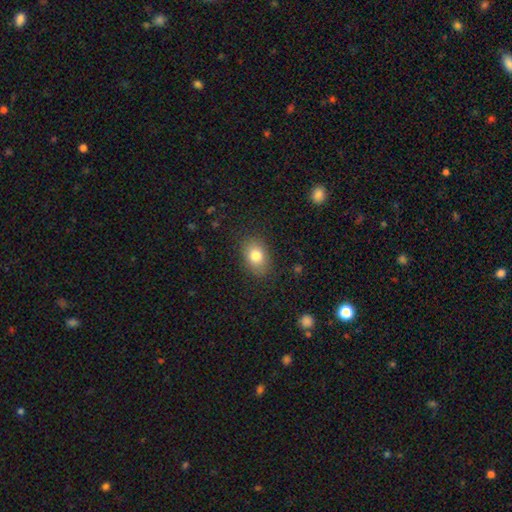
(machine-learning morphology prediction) smooth_or_featured: smooth (p=0.81) [alt: featured or disk p=0.10]
how_rounded: in between (p=0.77) [alt: round p=0.22]
merging: none (p=0.84) [alt: minor disturbance p=0.11]